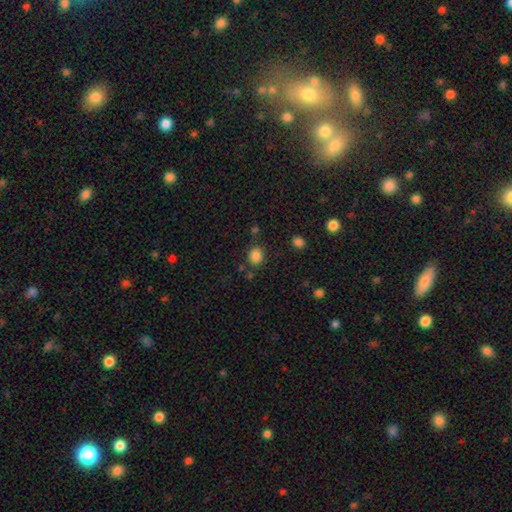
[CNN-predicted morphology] smooth_or_featured: smooth (p=0.85) [alt: star or artifact p=0.11]
how_rounded: round (p=0.62) [alt: in between p=0.37]
merging: none (p=0.80) [alt: minor disturbance p=0.11]